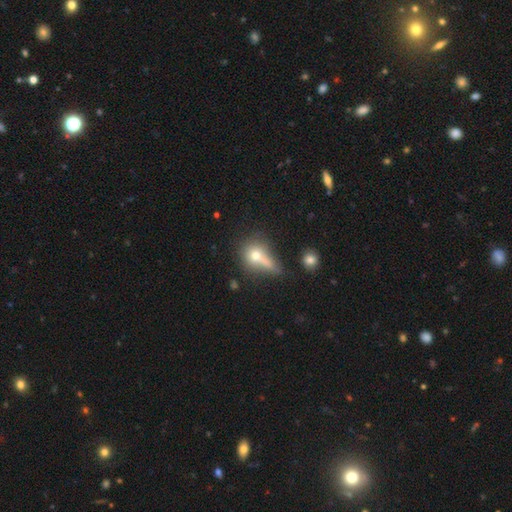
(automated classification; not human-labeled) A smooth galaxy with no disk features (63%) that is round (62%).

Vote fractions:
- Smooth or featured? smooth: 63% / featured or disk: 21% / star or artifact: 15%
- How rounded? round: 62% / in between: 32% / cigar-shaped: 6%
- Merging? none: 37% / merger: 27% / minor disturbance: 19% / major disturbance: 18%